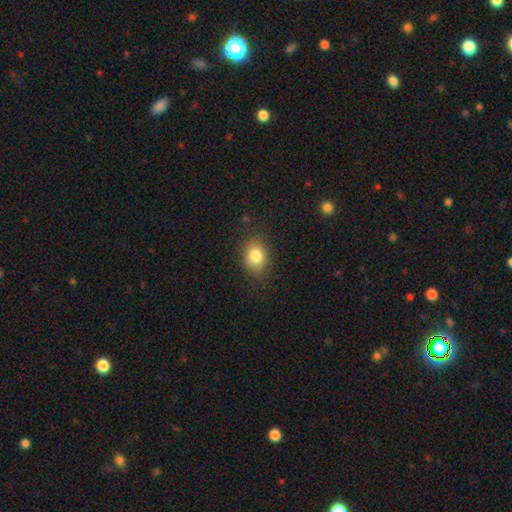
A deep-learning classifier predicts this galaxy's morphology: Smooth or featured?
  - smooth: 82% *
  - star or artifact: 10%
  - featured or disk: 8%
How rounded?
  - in between: 62% *
  - round: 37%
  - cigar-shaped: 1%
Merging?
  - none: 82% *
  - minor disturbance: 13%
  - major disturbance: 4%
  - merger: 1%